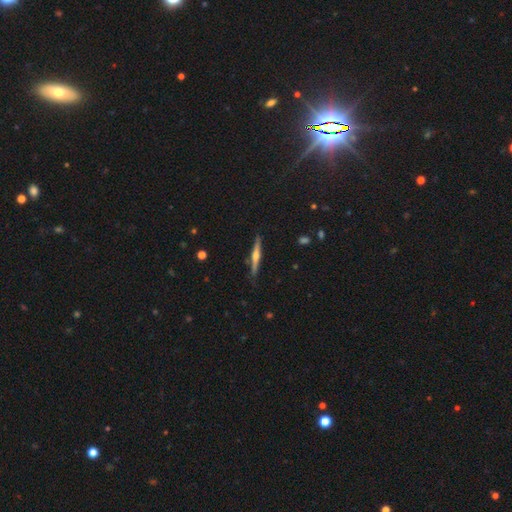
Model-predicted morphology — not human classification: smooth-or-featured: featured or disk: 69% | smooth: 25% | star or artifact: 6%
  disk-edge-on: yes: 98% | no: 2%
    edge-on-bulge: rounded: 85% | none: 8% | boxy: 6%
  merging: none: 86% | minor disturbance: 10% | merger: 2% | major disturbance: 2%